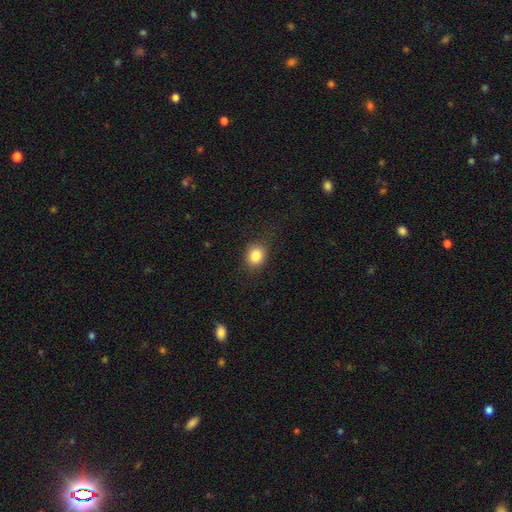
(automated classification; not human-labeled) smooth_or_featured: smooth (p=0.84) [alt: star or artifact p=0.10]
how_rounded: round (p=0.61) [alt: in between p=0.38]
merging: none (p=0.82) [alt: minor disturbance p=0.13]